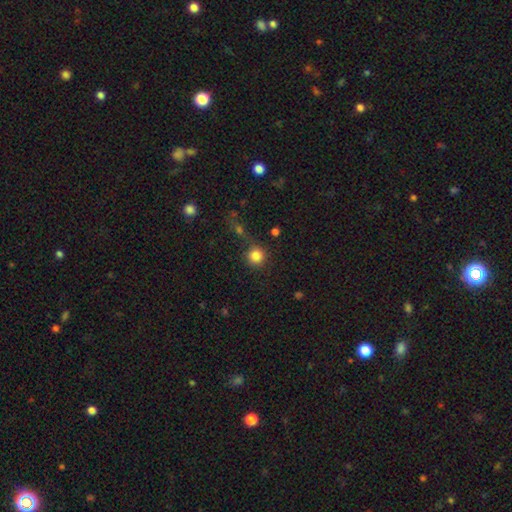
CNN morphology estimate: A smooth galaxy with no disk features (83%) that is round (94%).

Vote fractions:
- Smooth or featured? smooth: 83% / star or artifact: 12% / featured or disk: 5%
- How rounded? round: 94% / in between: 5% / cigar-shaped: 1%
- Merging? none: 73% / merger: 11% / minor disturbance: 10% / major disturbance: 6%